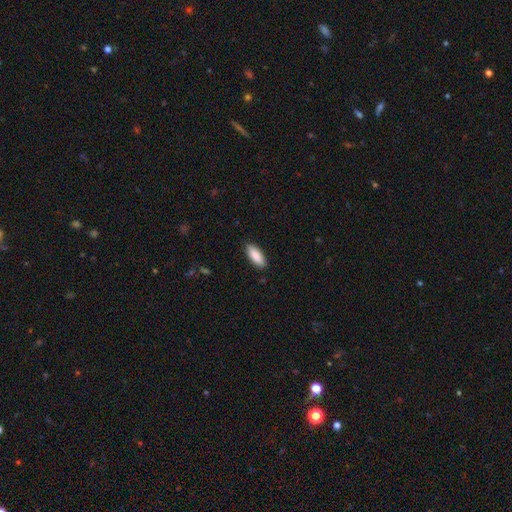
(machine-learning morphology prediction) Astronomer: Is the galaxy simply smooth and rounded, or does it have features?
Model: smooth — 89%.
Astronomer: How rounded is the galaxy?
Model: in between — 73%.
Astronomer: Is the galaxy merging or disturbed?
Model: none — 89%.